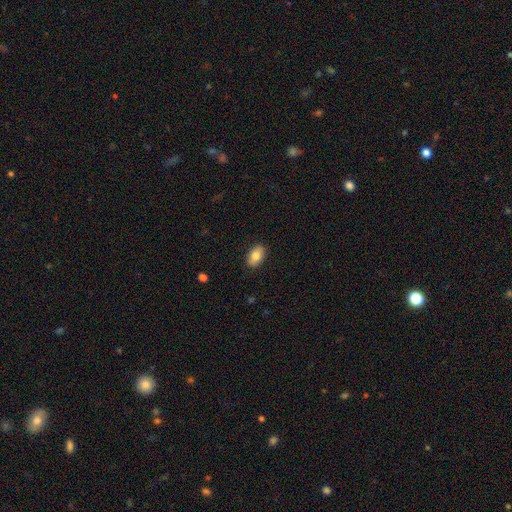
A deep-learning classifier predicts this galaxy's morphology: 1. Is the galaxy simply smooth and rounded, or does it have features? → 81% smooth, 12% featured or disk, 7% star or artifact.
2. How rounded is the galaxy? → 91% in between, 7% round, 2% cigar-shaped.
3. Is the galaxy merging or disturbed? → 88% none, 9% minor disturbance, 2% major disturbance, 1% merger.